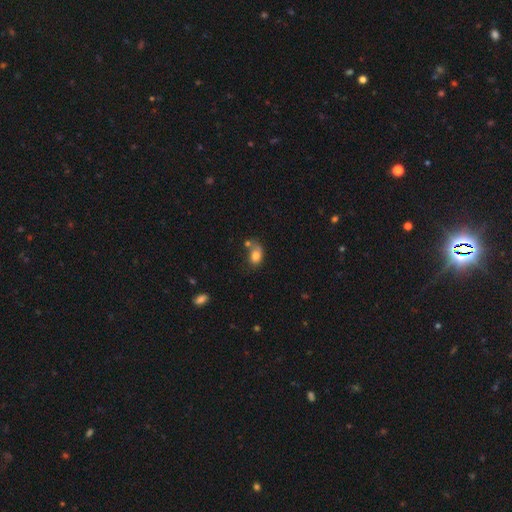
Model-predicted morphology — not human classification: smooth-or-featured: smooth: 78% | featured or disk: 12% | star or artifact: 10%
  how-rounded: in between: 71% | round: 28% | cigar-shaped: 1%
  merging: none: 38% | merger: 27% | minor disturbance: 24% | major disturbance: 12%